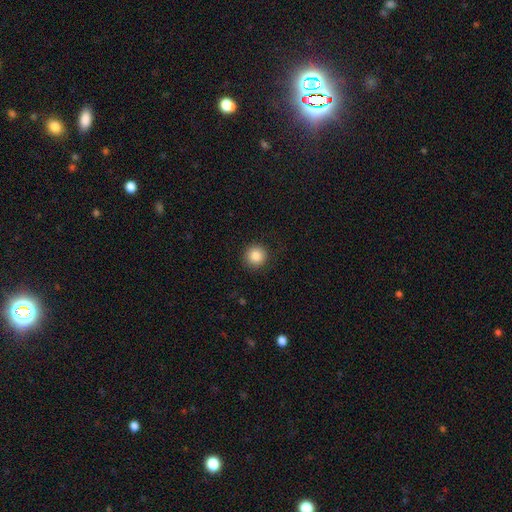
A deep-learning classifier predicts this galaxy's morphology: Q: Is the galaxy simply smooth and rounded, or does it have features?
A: smooth — 85%.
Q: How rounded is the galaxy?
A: round — 94%.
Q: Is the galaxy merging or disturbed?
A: none — 90%.